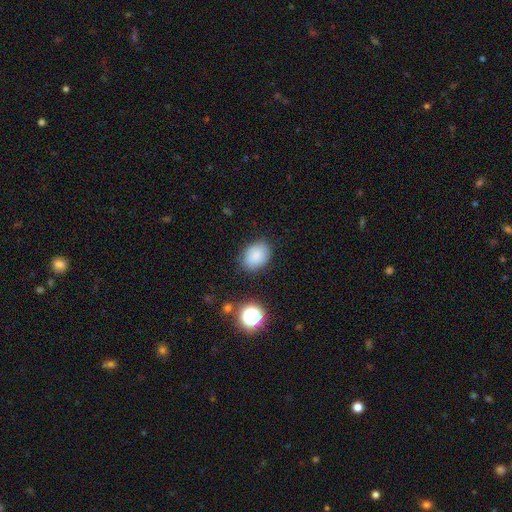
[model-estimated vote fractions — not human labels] smooth 82%, star or artifact 10%, featured or disk 7%. Down the decision tree: how rounded — in between (67%); merging — none (80%).